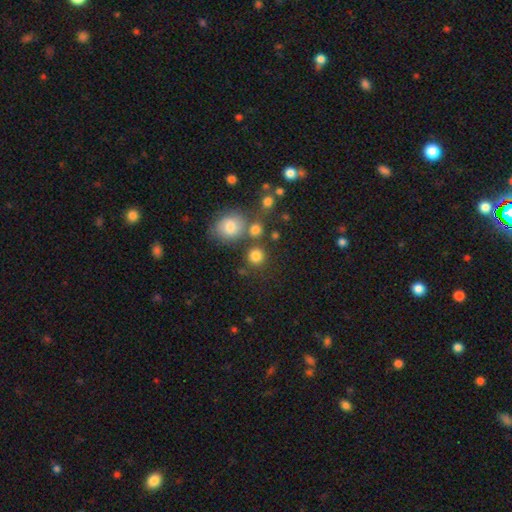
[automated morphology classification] This appears to be a smooth galaxy with no disk features (81%) that is round (89%). Merging: none (73%).